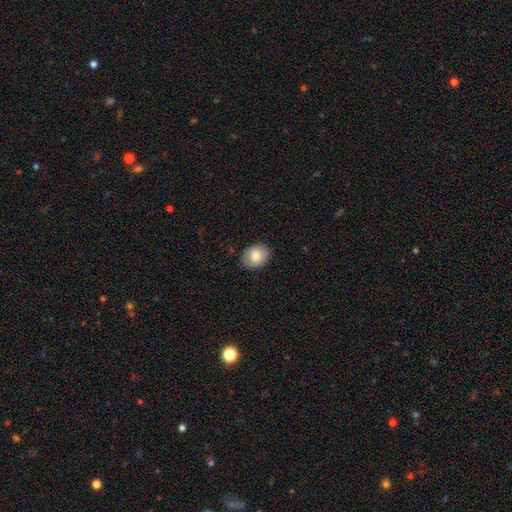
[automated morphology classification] The model was most divided on "how rounded": in between: 50%, round: 49%, cigar-shaped: 1%. More confident: merging — none (86%); smooth or featured — smooth (80%).